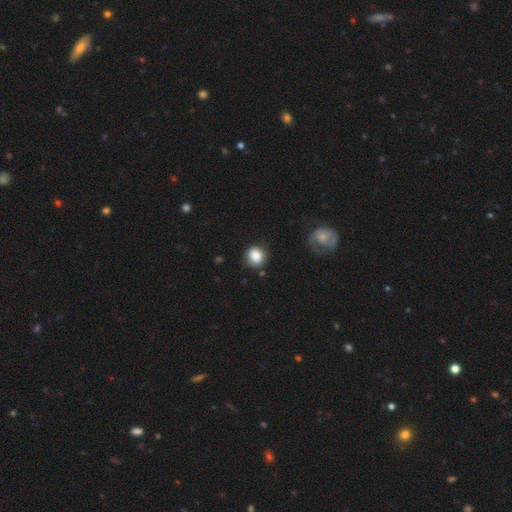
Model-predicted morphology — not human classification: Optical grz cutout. It shows a smooth galaxy with no disk features (85%) that is round (70%). Merging: none (76%).